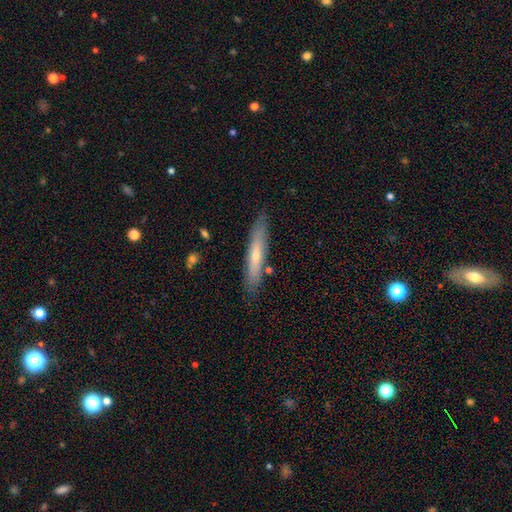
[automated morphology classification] smooth_or_featured: smooth (p=0.49) [alt: featured or disk p=0.44]
merging: none (p=0.84) [alt: minor disturbance p=0.11]